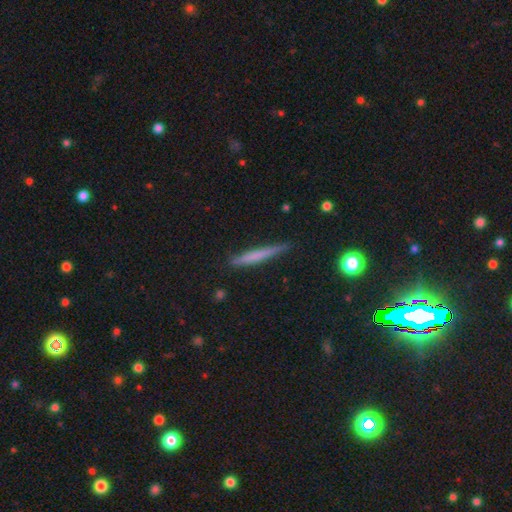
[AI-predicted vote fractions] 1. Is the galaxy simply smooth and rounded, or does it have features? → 62% smooth, 31% featured or disk, 7% star or artifact.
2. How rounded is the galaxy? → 96% cigar-shaped, 3% in between, 1% round.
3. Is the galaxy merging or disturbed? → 82% none, 14% minor disturbance, 2% major disturbance, 2% merger.